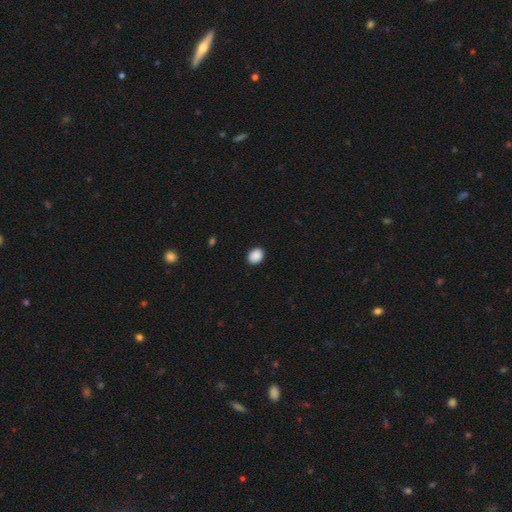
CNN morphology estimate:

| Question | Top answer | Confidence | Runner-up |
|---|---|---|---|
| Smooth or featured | smooth | 90% | star or artifact (8%) |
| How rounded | round | 52% | in between (47%) |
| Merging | none | 91% | minor disturbance (6%) |